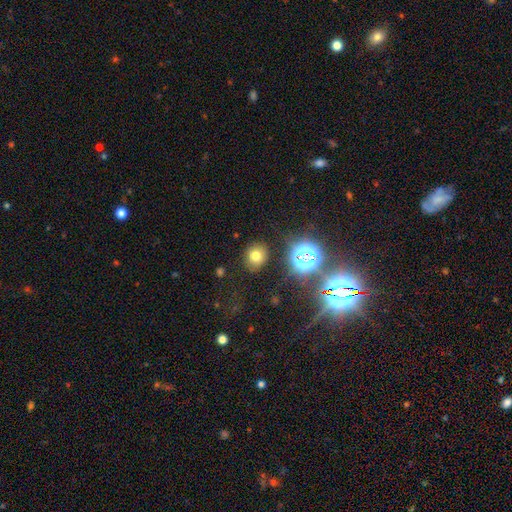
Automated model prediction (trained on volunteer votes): This appears to be a smooth galaxy with no disk features (70%) that is round (76%). Merging: none (86%).